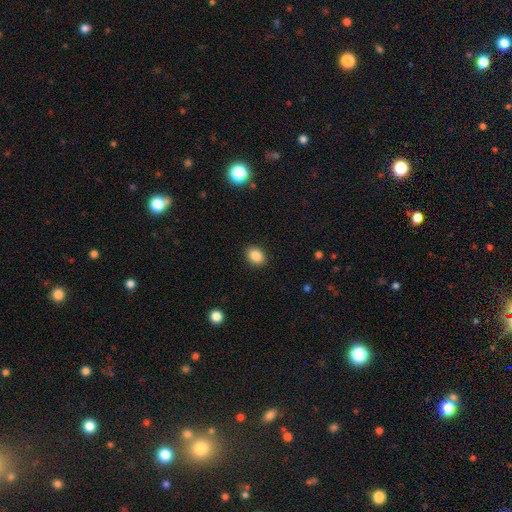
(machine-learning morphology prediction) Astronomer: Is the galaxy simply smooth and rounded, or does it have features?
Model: smooth — 86%.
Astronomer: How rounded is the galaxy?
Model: in between — 58% (runner-up: round, 41%).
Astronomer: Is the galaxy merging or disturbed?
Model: none — 90%.